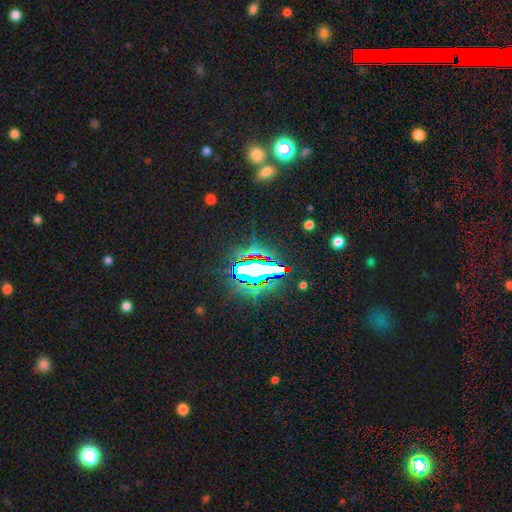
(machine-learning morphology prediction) Smooth or featured: star or artifact — 83% (smooth — 10%)